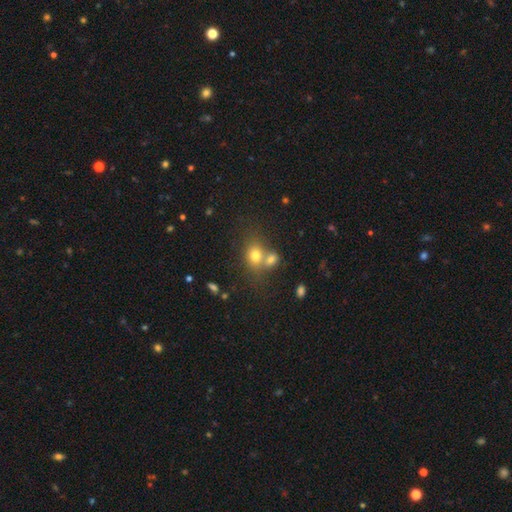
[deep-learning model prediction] Smooth or featured?
  - smooth: 74% *
  - featured or disk: 13%
  - star or artifact: 13%
How rounded?
  - in between: 50% *
  - round: 49%
  - cigar-shaped: 1%
Merging?
  - merger: 49% *
  - none: 37%
  - minor disturbance: 9%
  - major disturbance: 5%